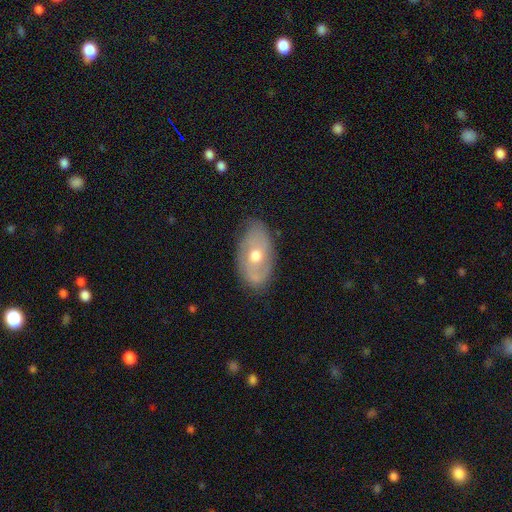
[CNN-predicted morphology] This appears to be a featured or disk galaxy (55%). Merging: none (72%).